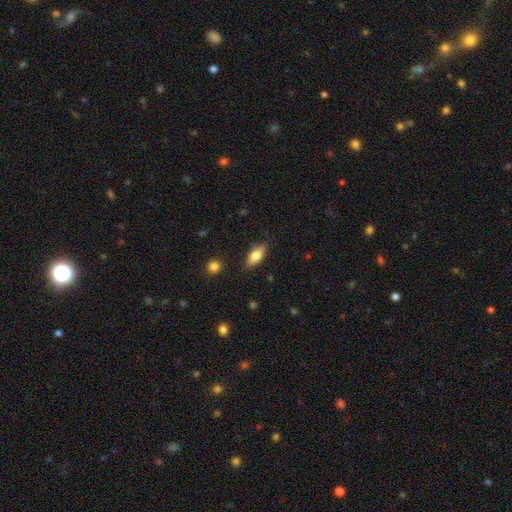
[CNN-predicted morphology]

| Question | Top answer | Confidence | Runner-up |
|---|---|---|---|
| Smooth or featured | smooth | 75% | featured or disk (18%) |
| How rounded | in between | 78% | cigar-shaped (18%) |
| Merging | none | 84% | minor disturbance (12%) |